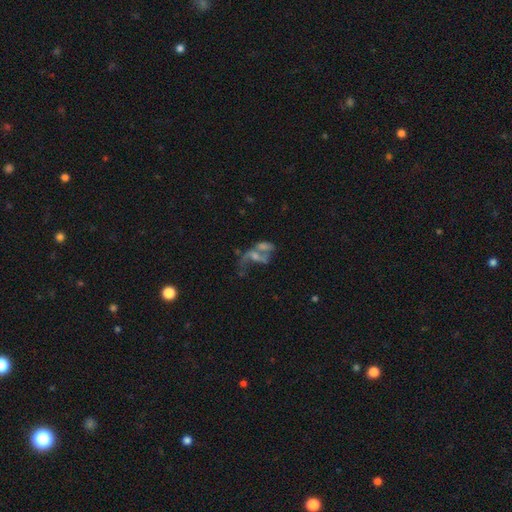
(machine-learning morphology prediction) A featured or disk galaxy (60%) with no bar (69%), no spiral arms (53%) and no central bulge (35%). Merging: merger (47%).